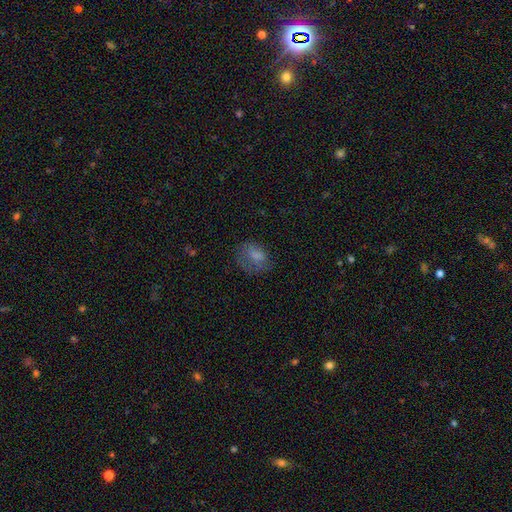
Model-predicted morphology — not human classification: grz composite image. It shows a smooth galaxy with no disk features (70%) that is in between round and cigar-shaped (64%). Merging: none (50%).